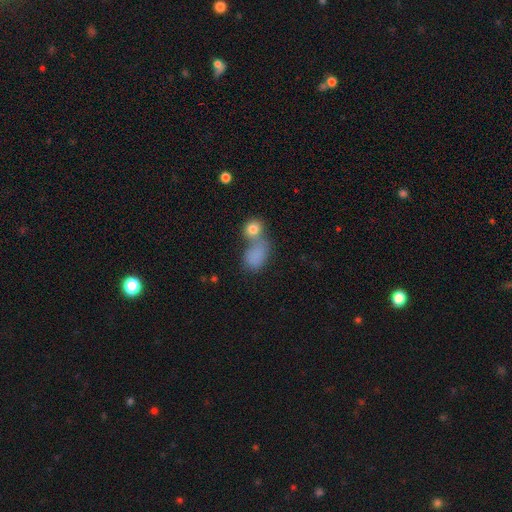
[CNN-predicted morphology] A smooth galaxy with no disk features (80%) that is in between round and cigar-shaped (68%).

Vote fractions:
- Smooth or featured? smooth: 80% / star or artifact: 11% / featured or disk: 9%
- How rounded? in between: 68% / round: 30% / cigar-shaped: 2%
- Merging? merger: 53% / none: 26% / major disturbance: 10% / minor disturbance: 10%